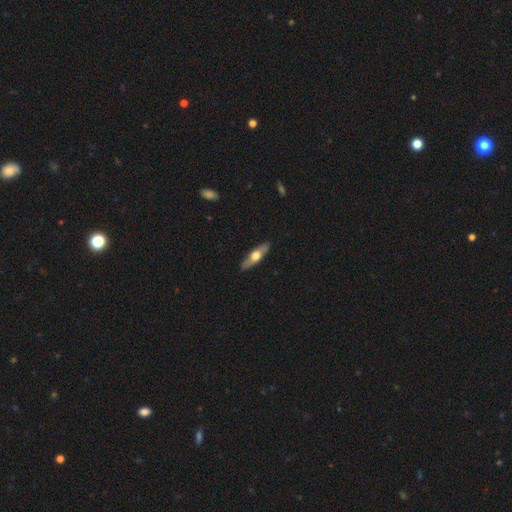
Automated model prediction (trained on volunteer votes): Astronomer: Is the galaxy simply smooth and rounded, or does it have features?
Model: featured or disk — 48% (runner-up: smooth, 47%).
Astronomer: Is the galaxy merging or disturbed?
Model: none — 89%.